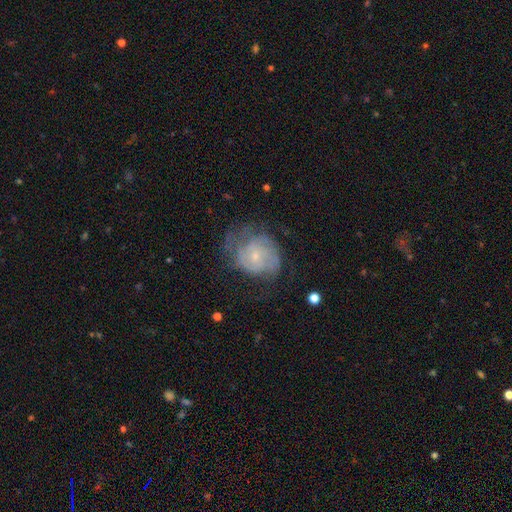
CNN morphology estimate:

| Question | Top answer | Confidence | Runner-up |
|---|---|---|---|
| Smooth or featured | featured or disk | 67% | smooth (25%) |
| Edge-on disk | no | 98% | yes (2%) |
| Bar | no | 68% | weak (28%) |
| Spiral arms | yes | 83% | no (17%) |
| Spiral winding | tight | 47% | medium (38%) |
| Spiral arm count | can't tell | 39% | 2 (36%) |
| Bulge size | small | 73% | moderate (20%) |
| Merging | none | 49% | minor disturbance (27%) |